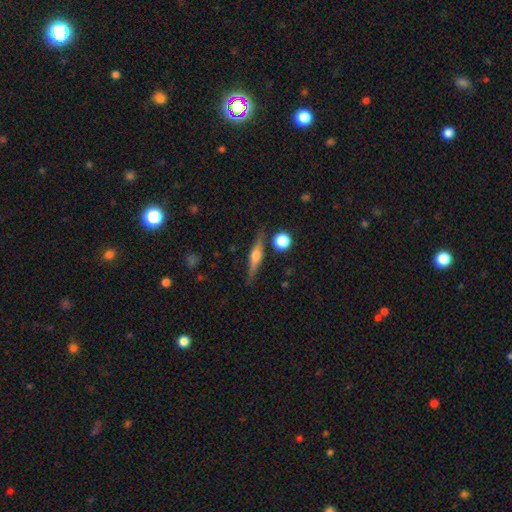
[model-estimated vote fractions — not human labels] Smooth or featured: featured or disk — 75% (smooth — 18%)
Edge-on disk: yes — 97% (no — 3%)
Edge-on bulge: rounded — 87% (boxy — 10%)
Merging: none — 86% (minor disturbance — 9%)